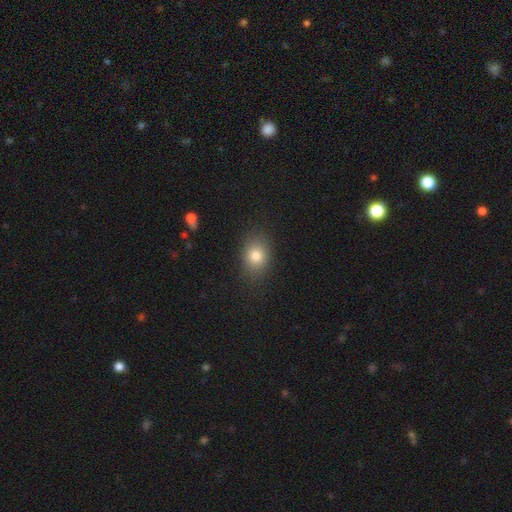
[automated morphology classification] smooth 80%, star or artifact 11%, featured or disk 9%. Down the decision tree: how rounded — in between (62%); merging — none (84%).